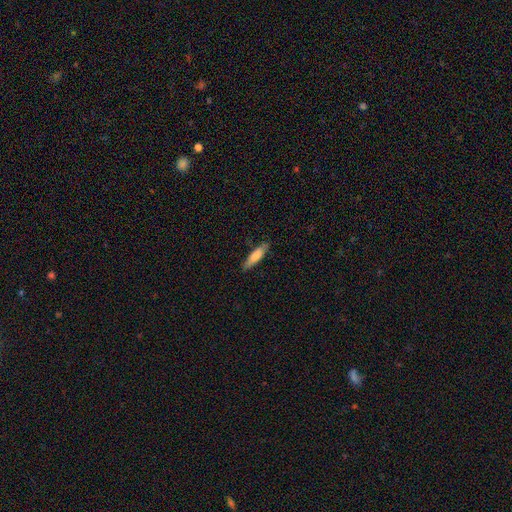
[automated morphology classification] smooth_or_featured: smooth (p=0.78) [alt: featured or disk p=0.17]
how_rounded: cigar-shaped (p=0.70) [alt: in between p=0.29]
merging: none (p=0.81) [alt: minor disturbance p=0.15]